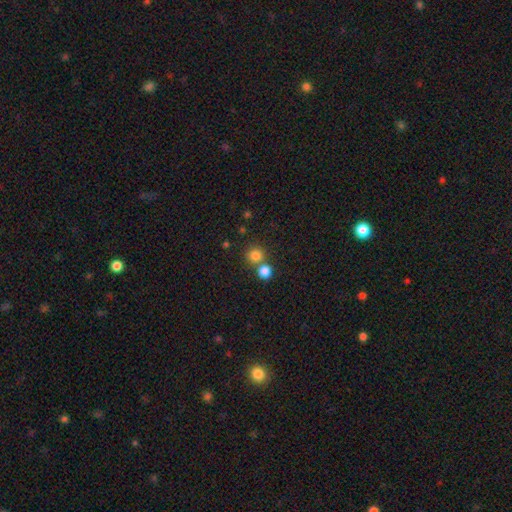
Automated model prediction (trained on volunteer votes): Overall: smooth (81%). How rounded: round (90%). Merging: none (62%; merger 29%).